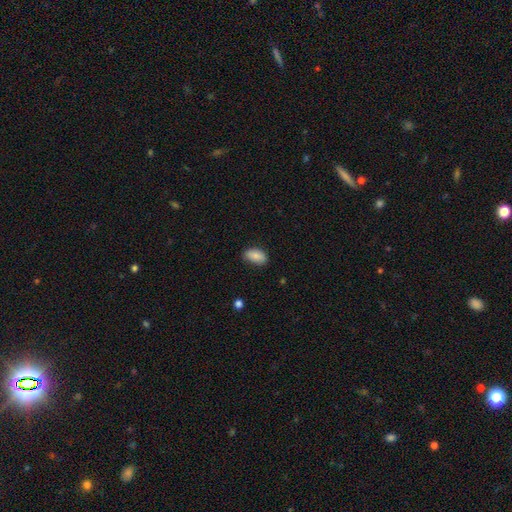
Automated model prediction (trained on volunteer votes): smooth_or_featured: smooth (p=0.86) [alt: star or artifact p=0.07]
how_rounded: in between (p=0.91) [alt: round p=0.05]
merging: none (p=0.77) [alt: minor disturbance p=0.18]